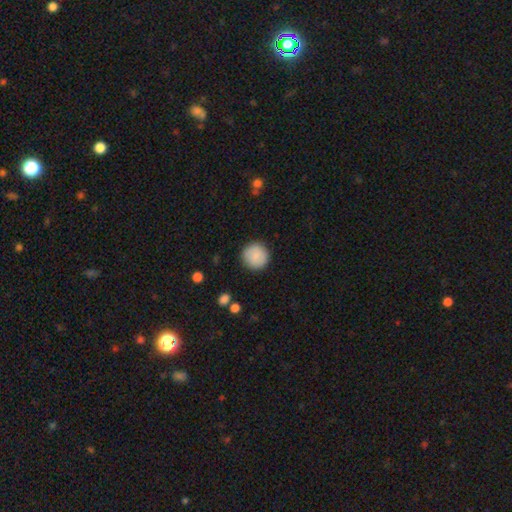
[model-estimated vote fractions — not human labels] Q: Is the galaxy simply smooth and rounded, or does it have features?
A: smooth — 85%.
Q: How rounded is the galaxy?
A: round — 95%.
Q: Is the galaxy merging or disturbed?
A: none — 89%.